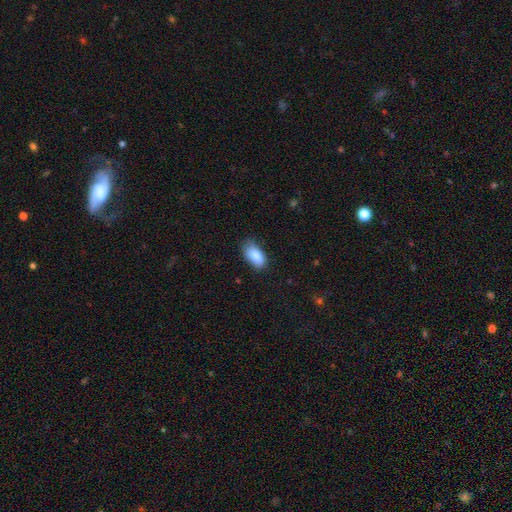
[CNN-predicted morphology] smooth 87%, star or artifact 7%, featured or disk 6%. Down the decision tree: how rounded — in between (92%); merging — none (64%).